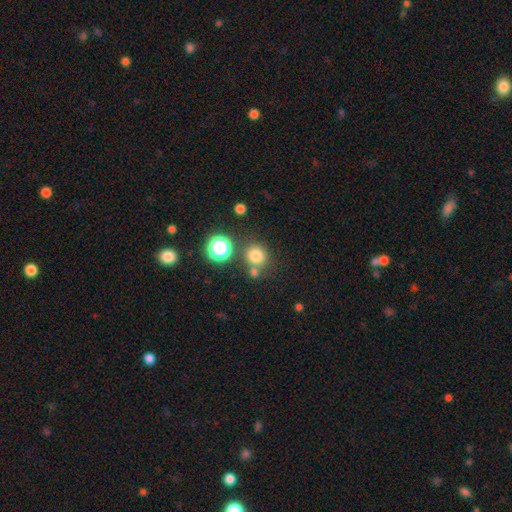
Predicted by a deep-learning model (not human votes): Morphology: type=smooth (77%); roundness=round (86%); merging=none (71%).